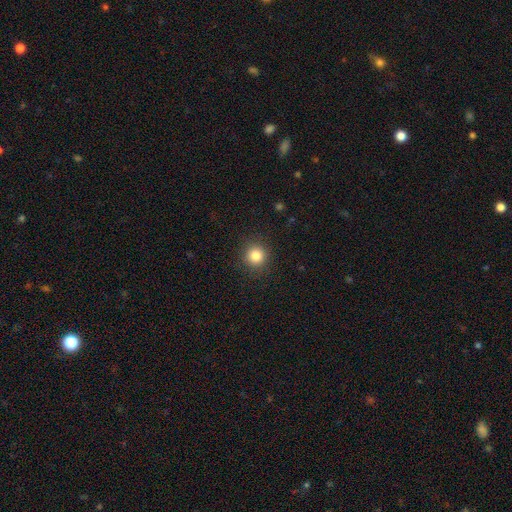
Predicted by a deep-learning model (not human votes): Smooth or featured? smooth (84%)
How rounded? round (94%)
Merging? none (90%)